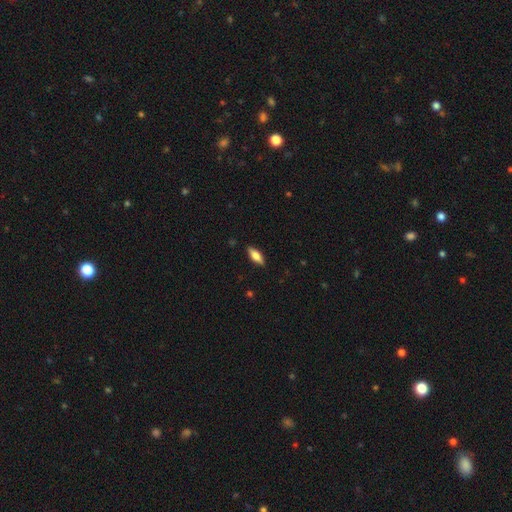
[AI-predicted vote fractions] smooth-or-featured: smooth: 67% | featured or disk: 26% | star or artifact: 6%
  how-rounded: in between: 69% | cigar-shaped: 29% | round: 2%
  merging: none: 87% | minor disturbance: 10% | major disturbance: 2% | merger: 1%